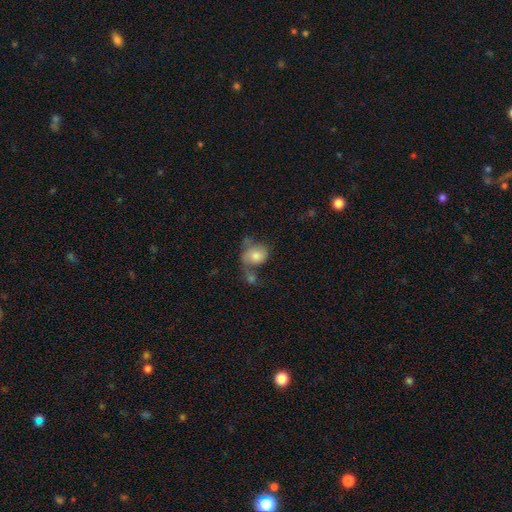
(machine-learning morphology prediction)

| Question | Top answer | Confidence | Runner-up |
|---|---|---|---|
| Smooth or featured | smooth | 66% | featured or disk (26%) |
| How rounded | round | 61% | in between (38%) |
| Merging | merger | 36% | none (26%) |